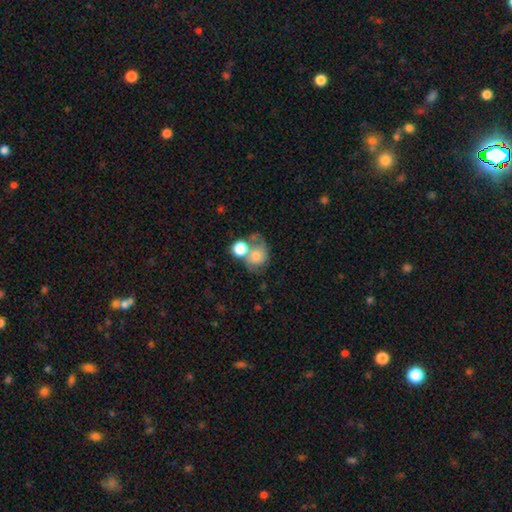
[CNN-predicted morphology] Q: Smooth or featured?
A: smooth (58%); runner-up: featured or disk (32%)
Q: How rounded?
A: round (64%); runner-up: in between (35%)
Q: Merging?
A: merger (41%); runner-up: none (31%)